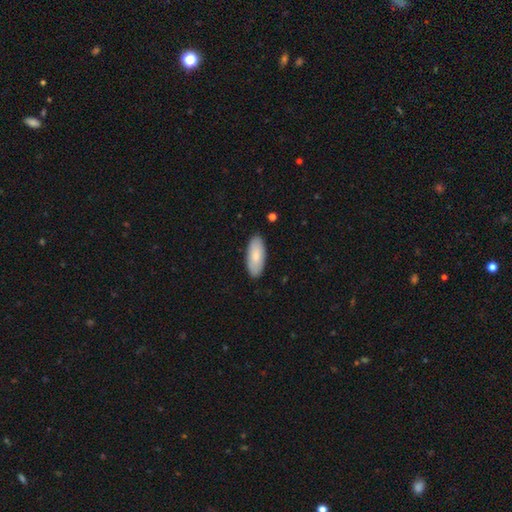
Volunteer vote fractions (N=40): Morphology: type=smooth (92%); roundness=in between (81%); merging=none (95%).